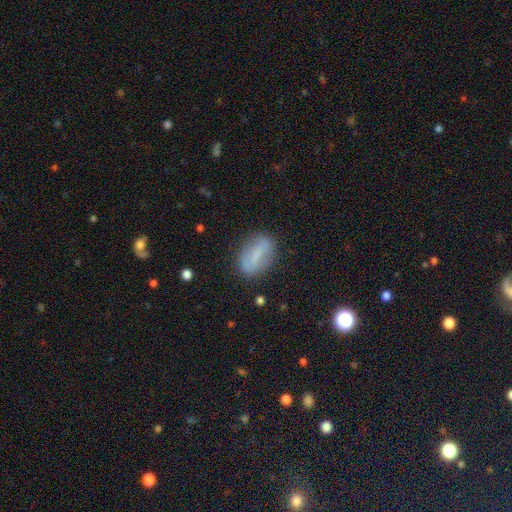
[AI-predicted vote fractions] Smooth or featured? Predicted: smooth (p=0.59). How rounded? Predicted: in between (p=0.83). Merging? Predicted: none (p=0.79).